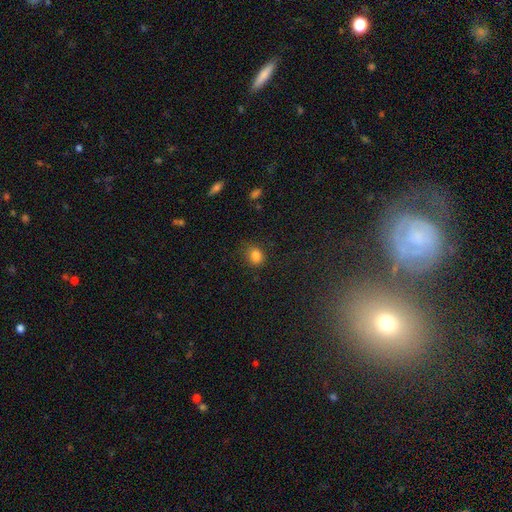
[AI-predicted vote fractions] Smooth or featured: smooth — 83% (star or artifact — 12%)
How rounded: round — 65% (in between — 34%)
Merging: none — 75% (minor disturbance — 19%)